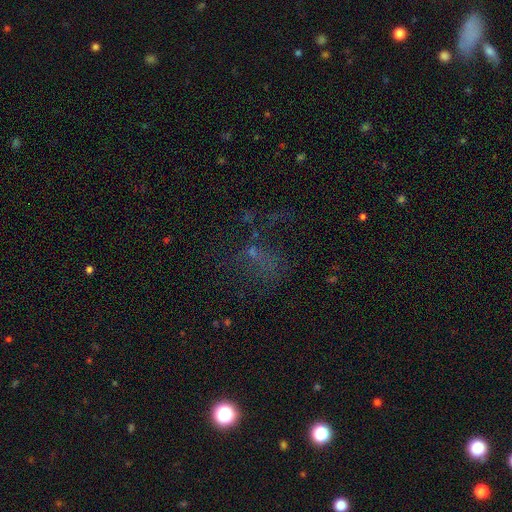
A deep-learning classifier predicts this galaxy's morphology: Smooth or featured? star or artifact (42%)